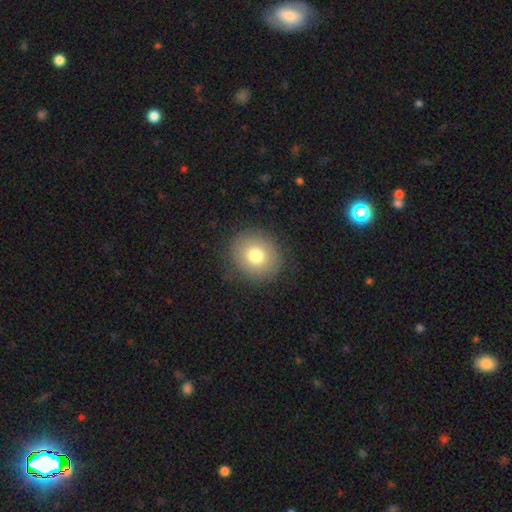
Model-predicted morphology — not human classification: Smooth or featured?
  - smooth: 76% *
  - featured or disk: 14%
  - star or artifact: 10%
How rounded?
  - round: 84% *
  - in between: 15%
  - cigar-shaped: 1%
Merging?
  - none: 85% *
  - minor disturbance: 10%
  - major disturbance: 4%
  - merger: 1%